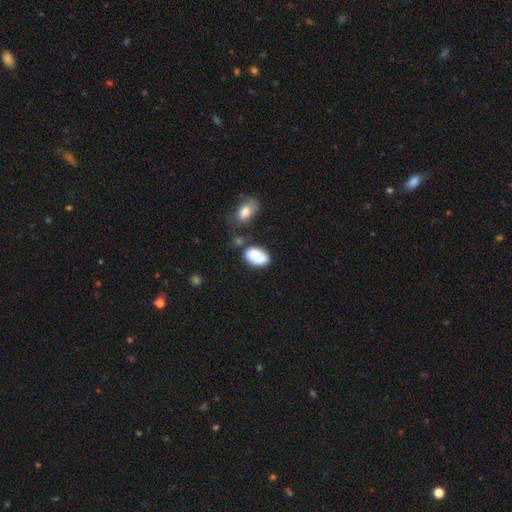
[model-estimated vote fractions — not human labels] smooth 73%, featured or disk 19%, star or artifact 7%. Down the decision tree: how rounded — in between (86%); merging — none (41%).